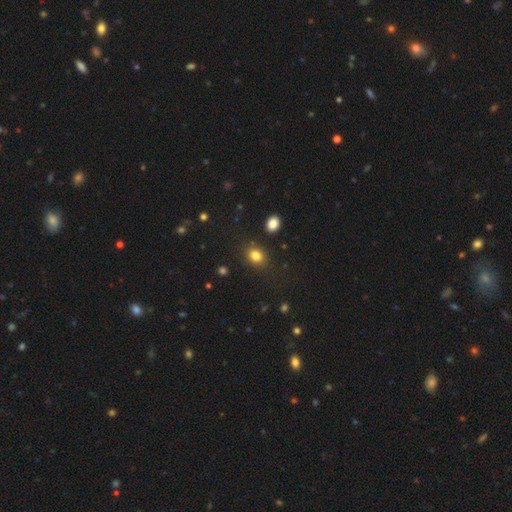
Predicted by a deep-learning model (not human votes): This is clearly a smooth galaxy (83%). How rounded: possibly in between (51%). Merging: clearly none (84%).